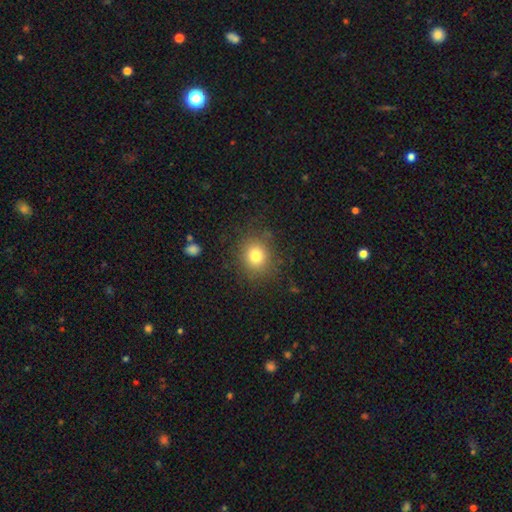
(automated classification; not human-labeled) A smooth galaxy with no disk features (79%) that is round (81%). Merging: none (84%).